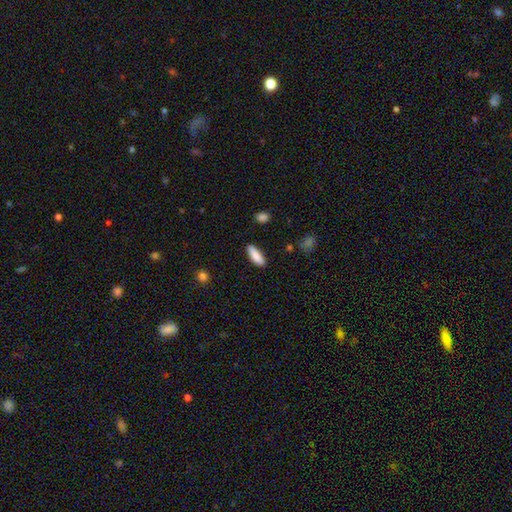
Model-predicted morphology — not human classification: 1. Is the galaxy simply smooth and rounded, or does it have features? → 86% smooth, 8% featured or disk, 6% star or artifact.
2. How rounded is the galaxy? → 52% in between, 46% cigar-shaped, 2% round.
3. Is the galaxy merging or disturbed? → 87% none, 10% minor disturbance, 2% major disturbance, 2% merger.